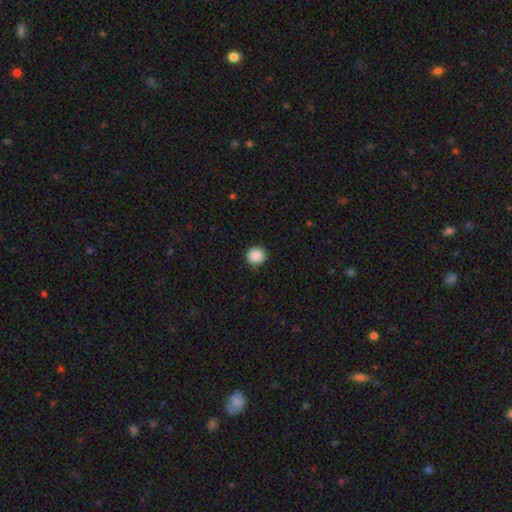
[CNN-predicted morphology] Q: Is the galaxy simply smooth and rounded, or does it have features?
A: smooth — 89%.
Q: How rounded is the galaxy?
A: round — 94%.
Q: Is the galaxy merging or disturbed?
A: none — 89%.